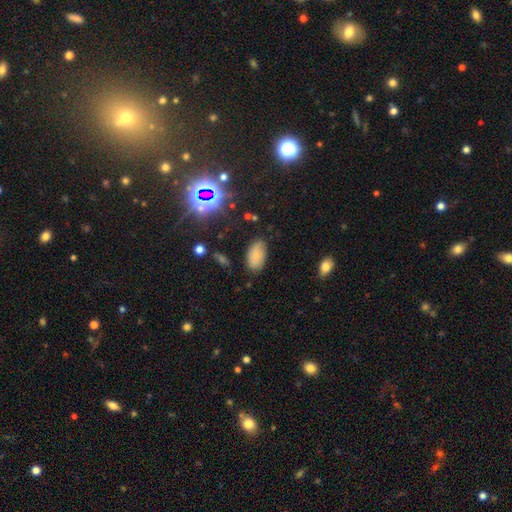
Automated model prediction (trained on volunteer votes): smooth_or_featured: smooth (p=0.74) [alt: star or artifact p=0.13]
how_rounded: in between (p=0.94) [alt: round p=0.05]
merging: none (p=0.78) [alt: minor disturbance p=0.16]